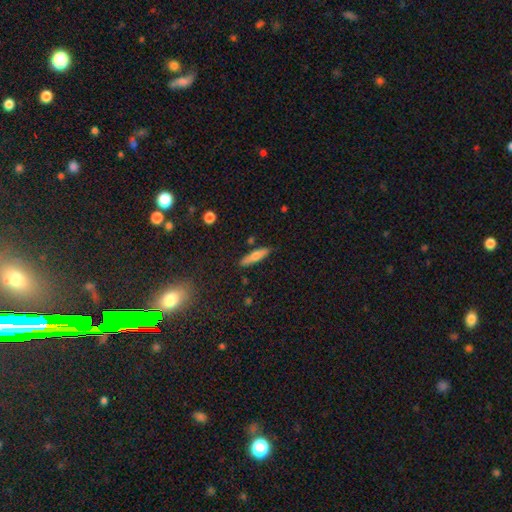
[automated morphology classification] This is likely a smooth galaxy (63%). How rounded: likely cigar-shaped (73%). Merging: clearly none (86%).